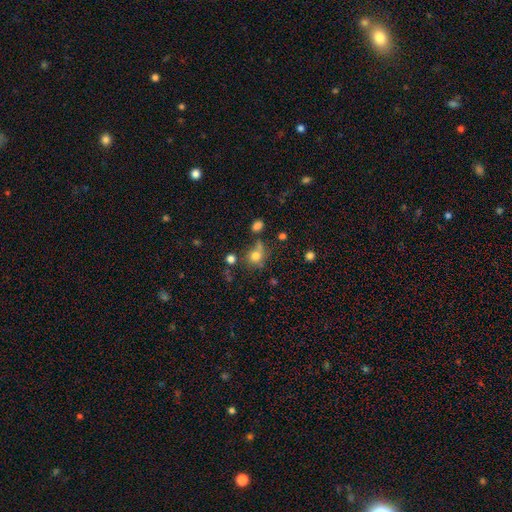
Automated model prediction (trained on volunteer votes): smooth-or-featured: smooth: 75% | star or artifact: 15% | featured or disk: 11%
  how-rounded: round: 76% | in between: 23% | cigar-shaped: 1%
  merging: none: 57% | minor disturbance: 18% | merger: 15% | major disturbance: 10%